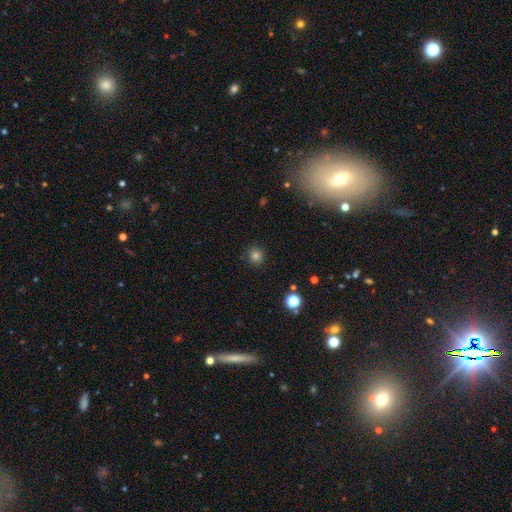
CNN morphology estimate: Smooth or featured? Predicted: smooth (p=0.81). How rounded? Predicted: round (p=0.91). Merging? Predicted: none (p=0.90).